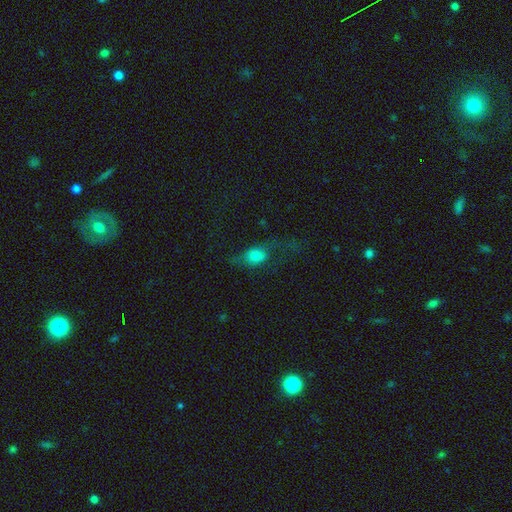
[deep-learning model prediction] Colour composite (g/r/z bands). It shows a smooth galaxy with no disk features (64%) that is in between round and cigar-shaped (71%). Merging: major disturbance (41%).